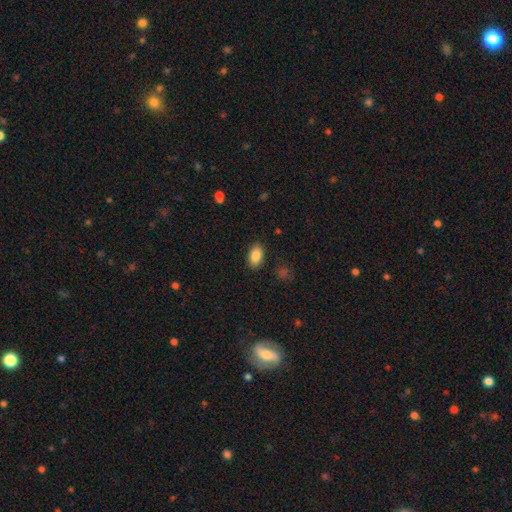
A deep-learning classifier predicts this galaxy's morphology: Smooth or featured? smooth (87%)
How rounded? in between (91%)
Merging? none (87%)